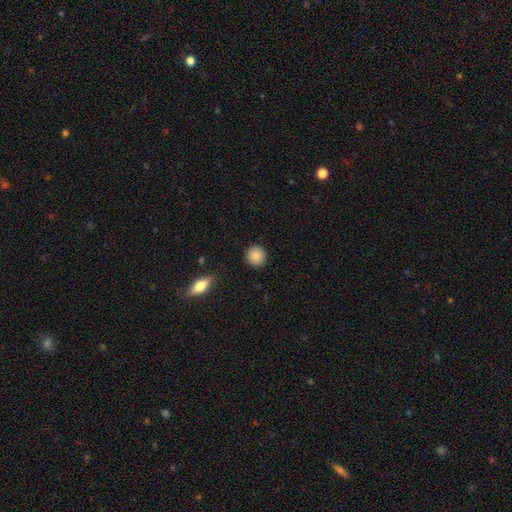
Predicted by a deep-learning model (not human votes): A smooth galaxy with no disk features (88%) that is round (92%).

Vote fractions:
- Smooth or featured? smooth: 88% / star or artifact: 8% / featured or disk: 4%
- How rounded? round: 92% / in between: 7% / cigar-shaped: 1%
- Merging? none: 90% / minor disturbance: 6% / major disturbance: 2% / merger: 1%